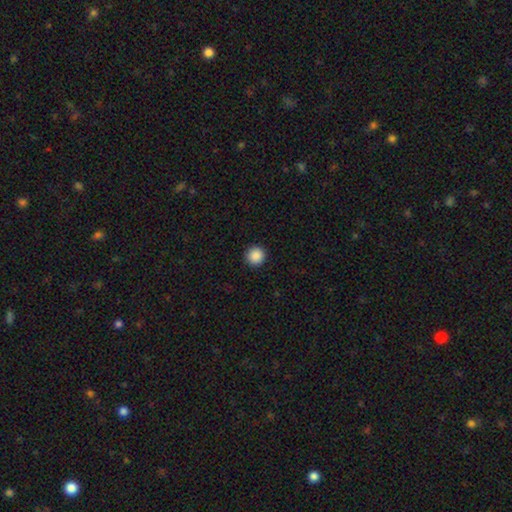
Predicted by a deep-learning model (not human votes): Smooth or featured? Predicted: smooth (p=0.89). How rounded? Predicted: round (p=0.95). Merging? Predicted: none (p=0.93).